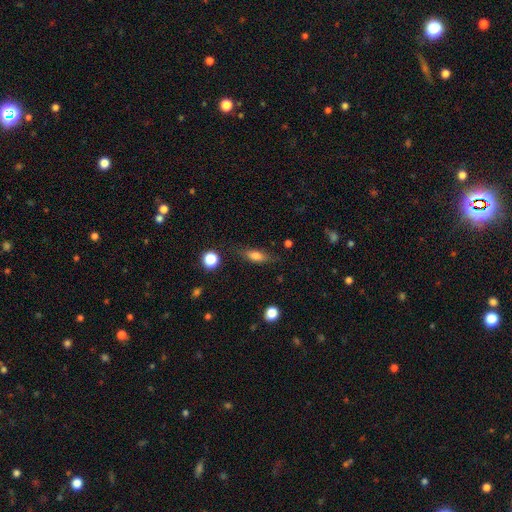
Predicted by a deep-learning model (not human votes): This is likely a smooth galaxy (67%). How rounded: likely in between (60%). Merging: likely none (76%).